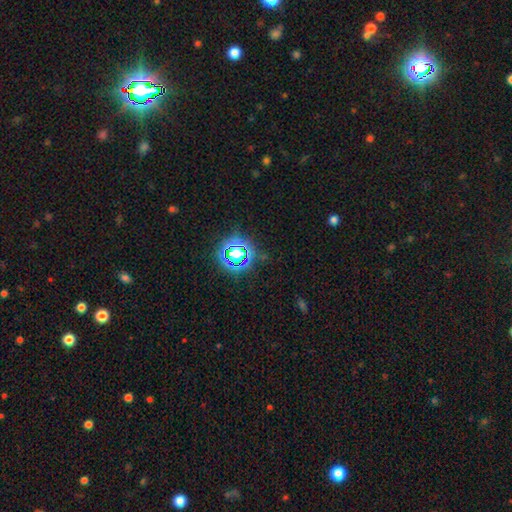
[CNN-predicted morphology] Smooth or featured? Predicted: star or artifact (p=0.79).